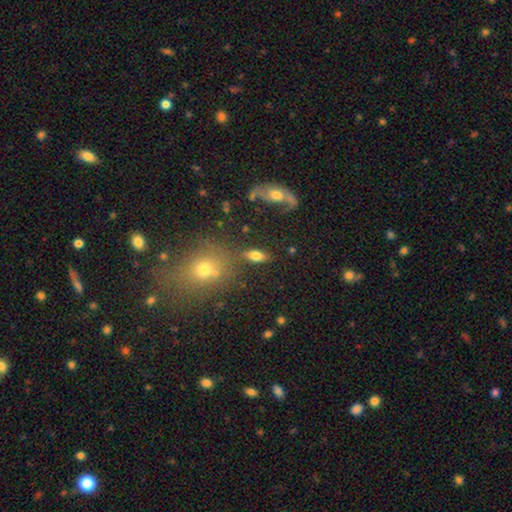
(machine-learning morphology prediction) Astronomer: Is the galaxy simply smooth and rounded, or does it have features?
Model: smooth — 77%.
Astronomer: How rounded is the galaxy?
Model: in between — 86%.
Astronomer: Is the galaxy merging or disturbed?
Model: none — 74%.